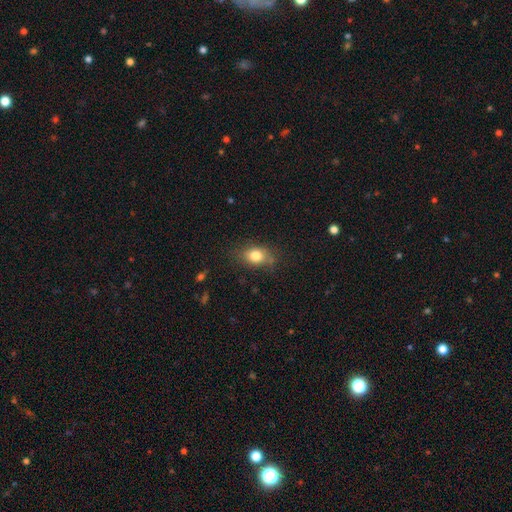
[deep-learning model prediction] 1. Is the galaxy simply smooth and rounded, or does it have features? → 80% smooth, 10% star or artifact, 10% featured or disk.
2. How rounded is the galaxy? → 70% in between, 28% round, 2% cigar-shaped.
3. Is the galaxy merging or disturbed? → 72% none, 20% minor disturbance, 5% major disturbance, 2% merger.